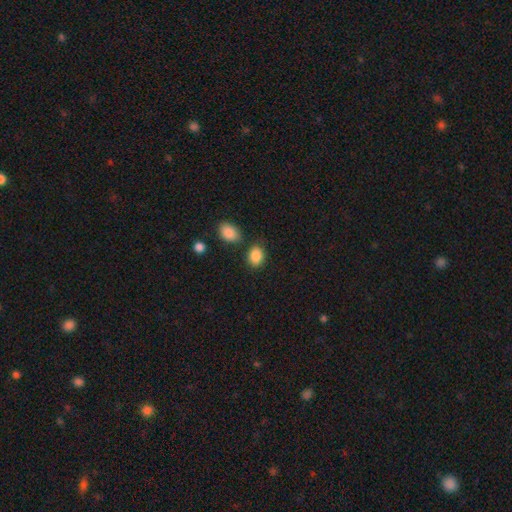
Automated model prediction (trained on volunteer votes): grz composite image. It shows a smooth galaxy with no disk features (88%) that is in between round and cigar-shaped (70%). Merging: none (73%).